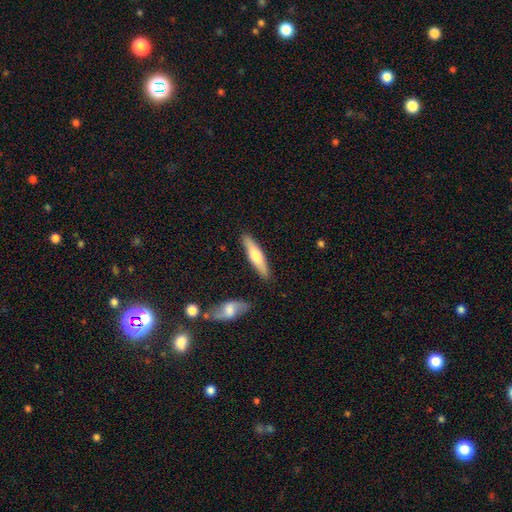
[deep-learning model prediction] Morphology: type=smooth (56%); roundness=cigar-shaped (78%); merging=none (87%).